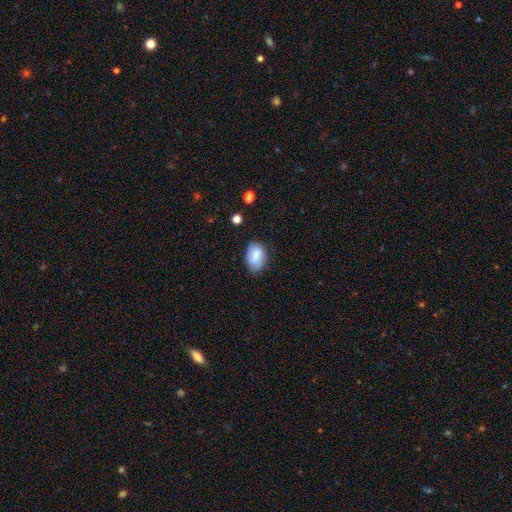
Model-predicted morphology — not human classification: A smooth galaxy with no disk features (81%) that is in between round and cigar-shaped (84%).

Vote fractions:
- Smooth or featured? smooth: 81% / featured or disk: 11% / star or artifact: 7%
- How rounded? in between: 84% / round: 15% / cigar-shaped: 1%
- Merging? none: 72% / minor disturbance: 23% / major disturbance: 4% / merger: 2%